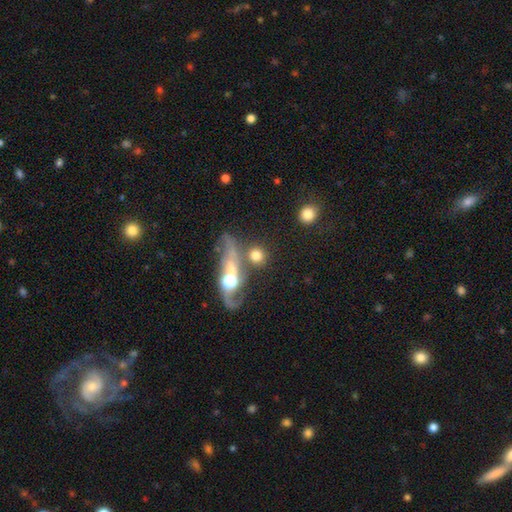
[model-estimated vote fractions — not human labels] A smooth galaxy with no disk features (61%) that is round (77%).

Vote fractions:
- Smooth or featured? smooth: 61% / featured or disk: 24% / star or artifact: 15%
- How rounded? round: 77% / in between: 17% / cigar-shaped: 6%
- Merging? none: 42% / merger: 36% / minor disturbance: 11% / major disturbance: 11%